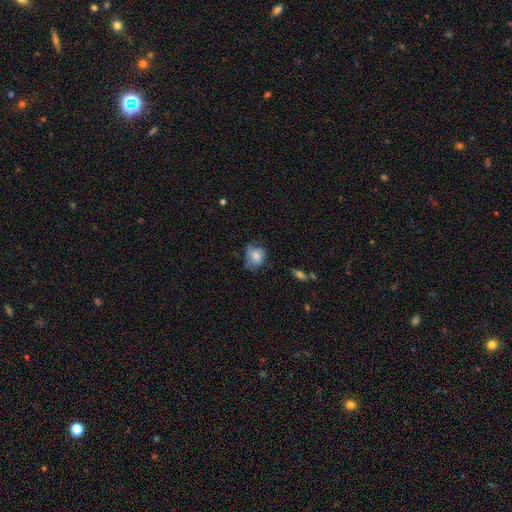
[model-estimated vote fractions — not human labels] Smooth or featured?
  - smooth: 72% *
  - featured or disk: 20%
  - star or artifact: 8%
How rounded?
  - round: 52% *
  - in between: 47%
  - cigar-shaped: 1%
Merging?
  - none: 44% *
  - minor disturbance: 36%
  - major disturbance: 18%
  - merger: 2%